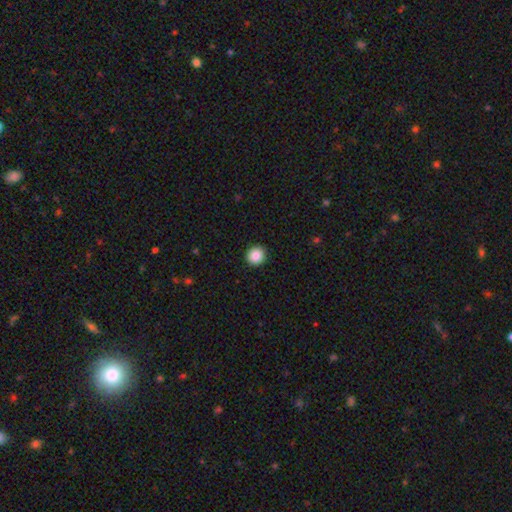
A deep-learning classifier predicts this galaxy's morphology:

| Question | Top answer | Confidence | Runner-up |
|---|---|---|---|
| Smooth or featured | smooth | 88% | star or artifact (9%) |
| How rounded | round | 93% | in between (6%) |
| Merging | none | 93% | minor disturbance (5%) |